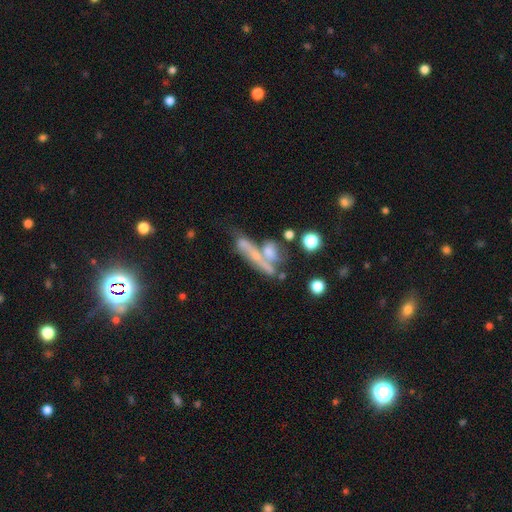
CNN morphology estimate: A featured or disk galaxy (44%).

Vote fractions:
- Smooth or featured? featured or disk: 44% / smooth: 43% / star or artifact: 13%
- Merging? merger: 48% / none: 26% / major disturbance: 14% / minor disturbance: 12%